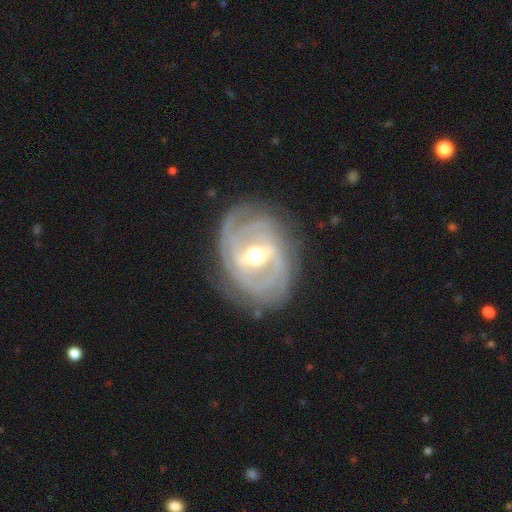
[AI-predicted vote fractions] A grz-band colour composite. It shows a featured or disk galaxy (88%) with a strong bar (49%), 2 (32%) tight (67%) spiral arms (92%) and a moderate central bulge (68%). Merging: none (77%).